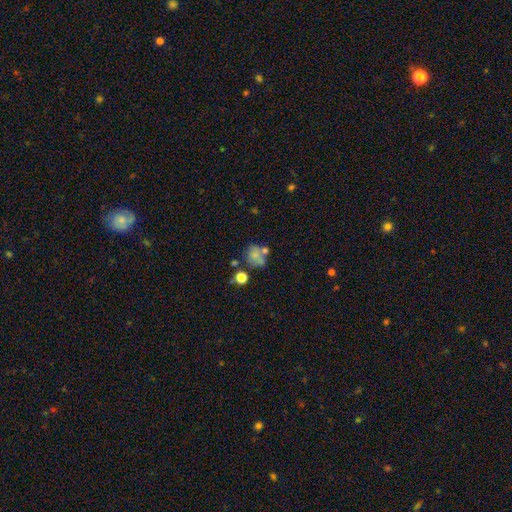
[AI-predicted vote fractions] smooth 68%, featured or disk 19%, star or artifact 13%. Down the decision tree: how rounded — round (58%); merging — none (43%).